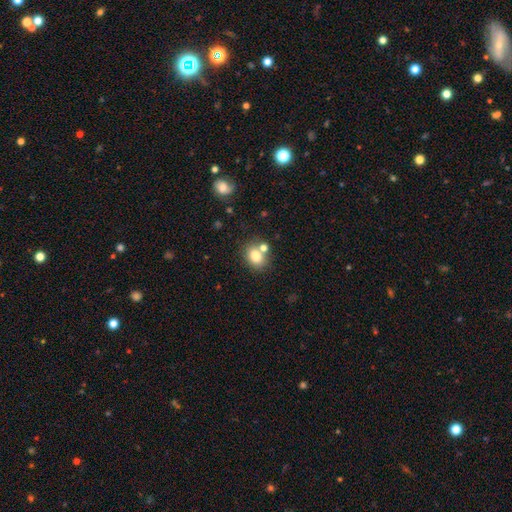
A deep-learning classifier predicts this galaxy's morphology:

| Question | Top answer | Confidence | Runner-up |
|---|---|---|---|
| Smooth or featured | smooth | 81% | star or artifact (11%) |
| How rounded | in between | 50% | round (49%) |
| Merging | none | 63% | merger (20%) |